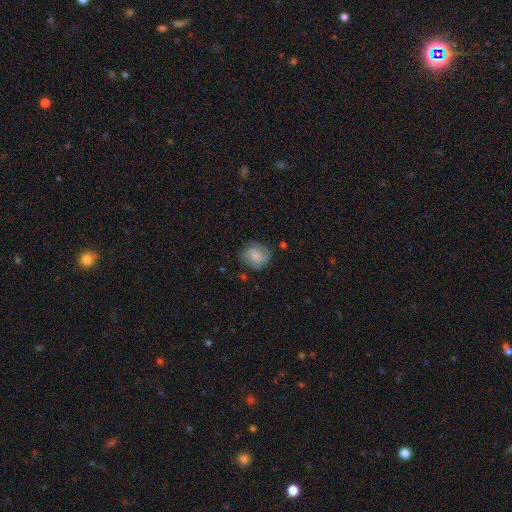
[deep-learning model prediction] Morphology: type=smooth (52%); roundness=round (74%); merging=none (70%).